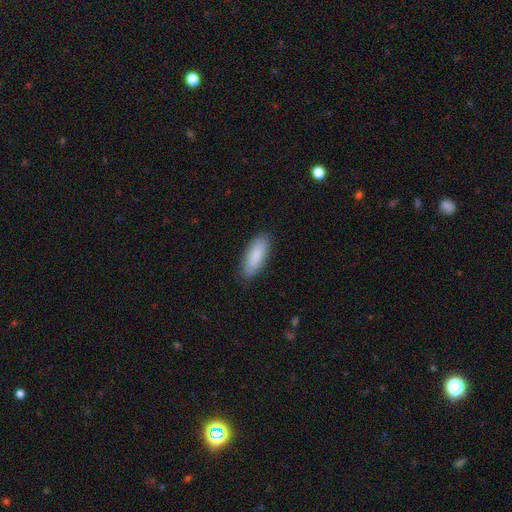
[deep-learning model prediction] Q: Smooth or featured?
A: smooth (88%); runner-up: featured or disk (6%)
Q: How rounded?
A: in between (72%); runner-up: cigar-shaped (27%)
Q: Merging?
A: none (86%); runner-up: minor disturbance (11%)